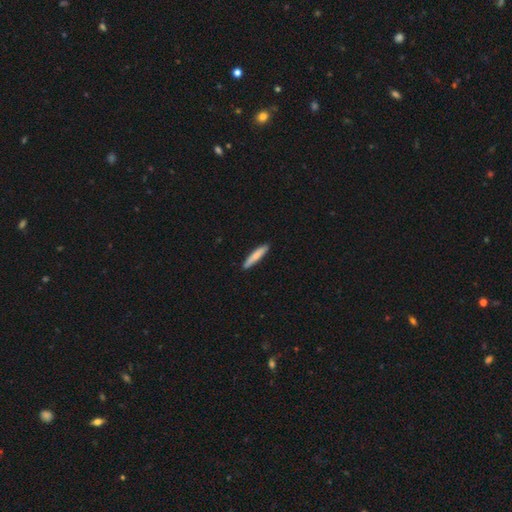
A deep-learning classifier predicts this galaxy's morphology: This appears to be a smooth galaxy with no disk features (77%) that is cigar-shaped (90%). Merging: none (88%).